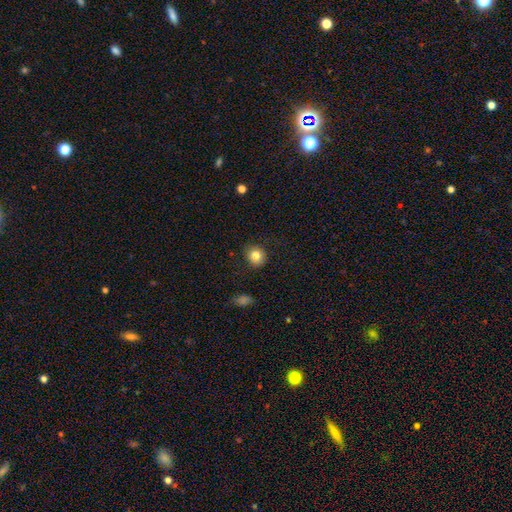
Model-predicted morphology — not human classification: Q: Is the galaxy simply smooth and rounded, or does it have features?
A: smooth — 83%.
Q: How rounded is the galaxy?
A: round — 87%.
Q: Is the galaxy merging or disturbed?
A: none — 87%.